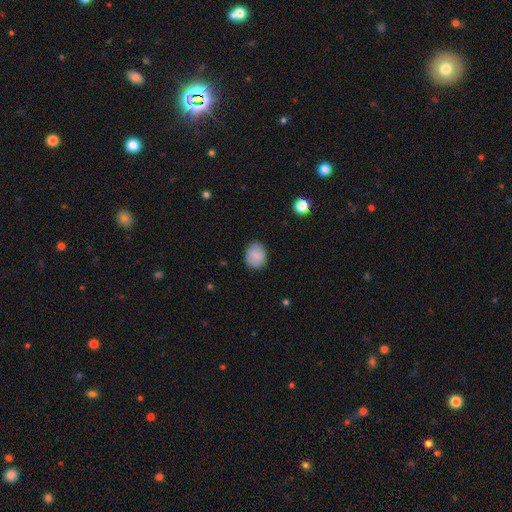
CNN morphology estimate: This is clearly a smooth galaxy (83%). How rounded: possibly round (57%). Merging: clearly none (82%).